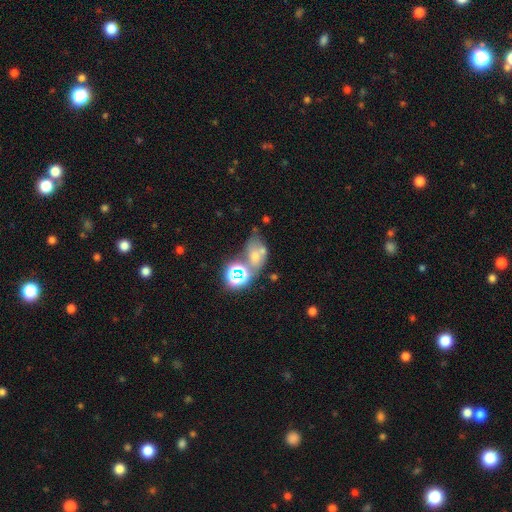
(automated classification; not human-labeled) The model was most divided on "merging": merger: 37%, none: 33%, minor disturbance: 17%, major disturbance: 14%. Remaining: smooth or featured — smooth (48%).